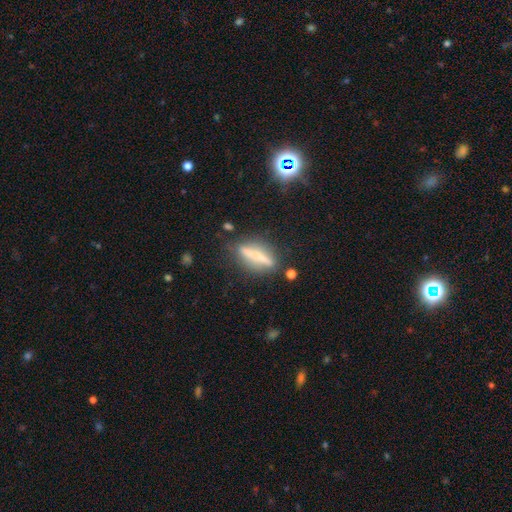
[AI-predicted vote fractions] Morphology: type=smooth (45%); merging=none (79%).